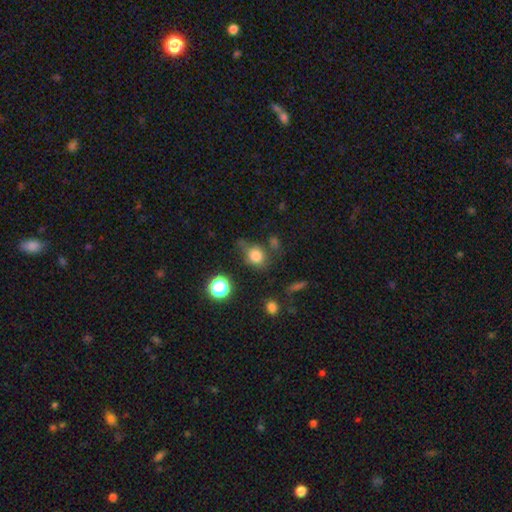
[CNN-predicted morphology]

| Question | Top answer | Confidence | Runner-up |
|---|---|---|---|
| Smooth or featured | smooth | 78% | star or artifact (14%) |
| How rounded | round | 72% | in between (27%) |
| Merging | none | 58% | minor disturbance (24%) |